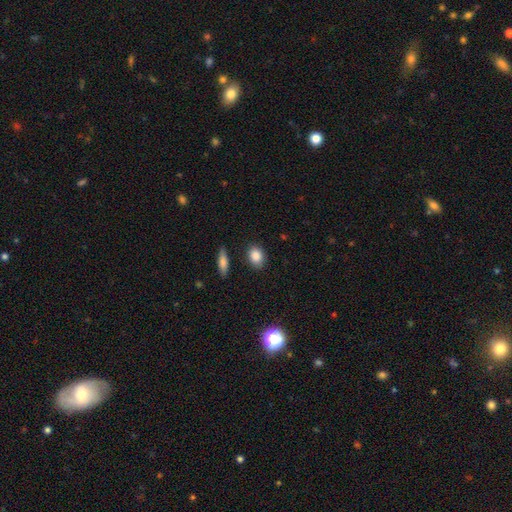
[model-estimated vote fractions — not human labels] A smooth galaxy with no disk features (86%) that is in between round and cigar-shaped (67%).

Vote fractions:
- Smooth or featured? smooth: 86% / star or artifact: 8% / featured or disk: 6%
- How rounded? in between: 67% / round: 31% / cigar-shaped: 3%
- Merging? none: 84% / minor disturbance: 11% / major disturbance: 3% / merger: 2%